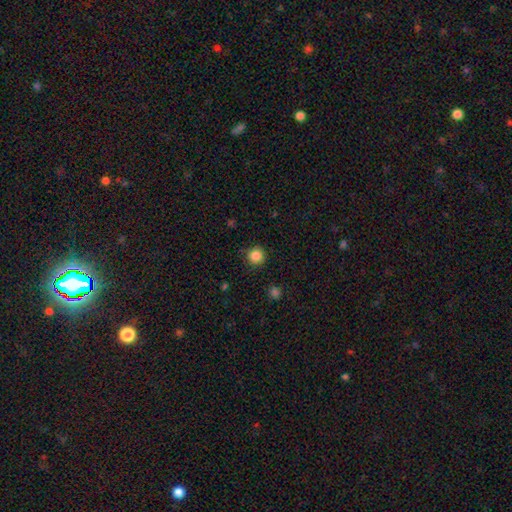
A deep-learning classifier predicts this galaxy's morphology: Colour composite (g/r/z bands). It shows a smooth galaxy with no disk features (86%) that is round (95%). Merging: none (89%).